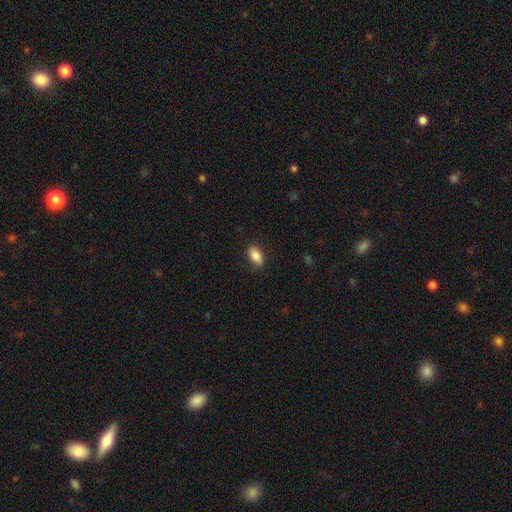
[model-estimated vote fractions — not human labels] Smooth or featured: smooth — 86% (star or artifact — 8%)
How rounded: in between — 90% (round — 7%)
Merging: none — 88% (minor disturbance — 9%)